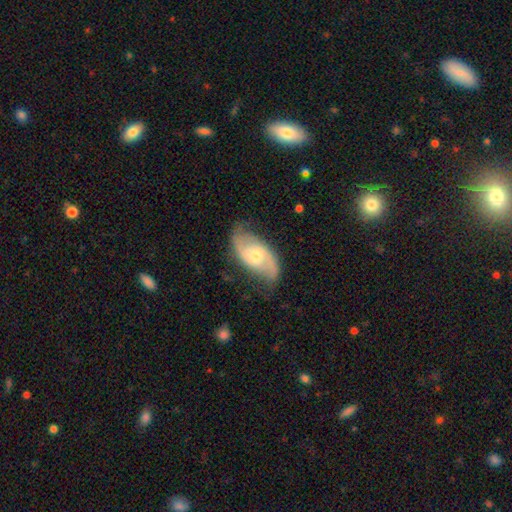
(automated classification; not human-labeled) Smooth or featured?
  - featured or disk: 78% *
  - smooth: 17%
  - star or artifact: 5%
Edge-on disk?
  - no: 94% *
  - yes: 6%
Bar?
  - no: 61% *
  - weak: 33%
  - strong: 6%
Spiral arms?
  - yes: 92% *
  - no: 8%
Spiral winding?
  - medium: 45% *
  - loose: 29%
  - tight: 25%
Spiral arm count?
  - 2: 85% *
  - can't tell: 9%
  - 1: 2%
  - 3: 2%
  - 4: 1%
  - more than 4: 1%
Bulge size?
  - moderate: 57% *
  - small: 37%
  - large: 3%
  - none: 1%
  - dominant: 1%
Merging?
  - none: 70% *
  - minor disturbance: 21%
  - major disturbance: 7%
  - merger: 1%